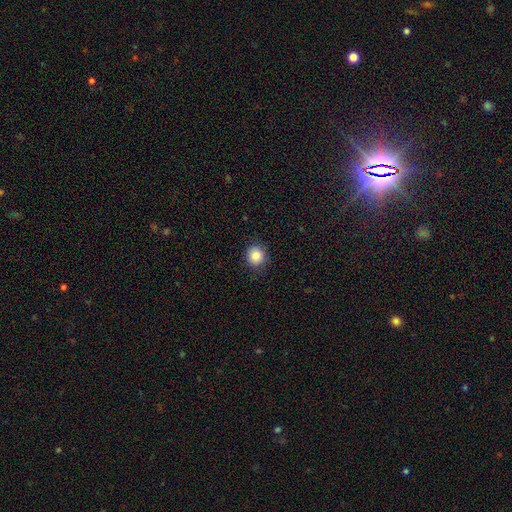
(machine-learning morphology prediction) The model was most divided on "merging": none: 85%, minor disturbance: 11%, major disturbance: 3%, merger: 1%. More confident: how rounded — round (87%); smooth or featured — smooth (86%).